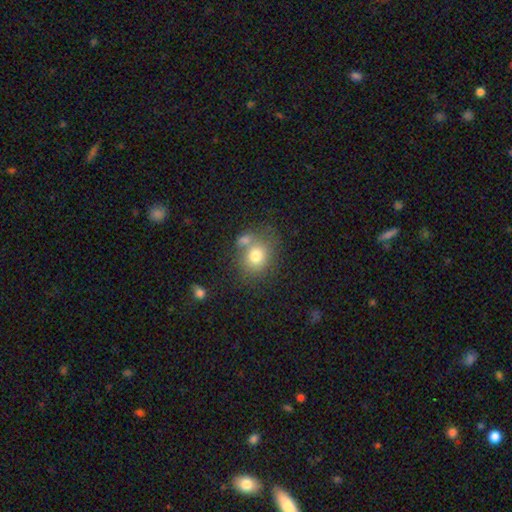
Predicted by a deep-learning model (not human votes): Smooth or featured: smooth — 76% (featured or disk — 13%)
How rounded: round — 68% (in between — 31%)
Merging: none — 53% (merger — 26%)